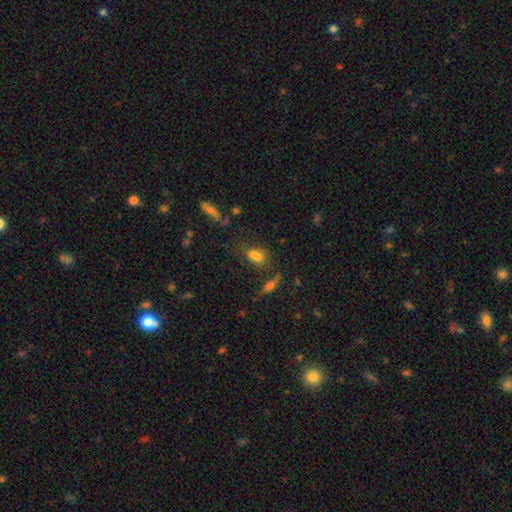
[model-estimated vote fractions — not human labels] A smooth galaxy with no disk features (69%) that is in between round and cigar-shaped (75%).

Vote fractions:
- Smooth or featured? smooth: 69% / star or artifact: 17% / featured or disk: 14%
- How rounded? in between: 75% / round: 19% / cigar-shaped: 6%
- Merging? none: 43% / merger: 30% / minor disturbance: 18% / major disturbance: 10%